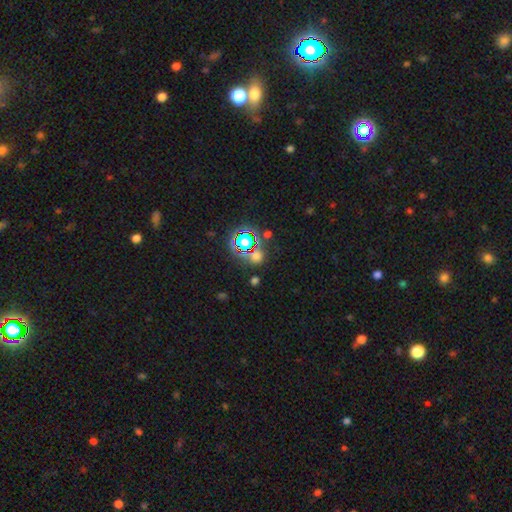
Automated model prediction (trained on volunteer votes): This appears to be a smooth galaxy with no disk features (47%). Merging: none (70%).